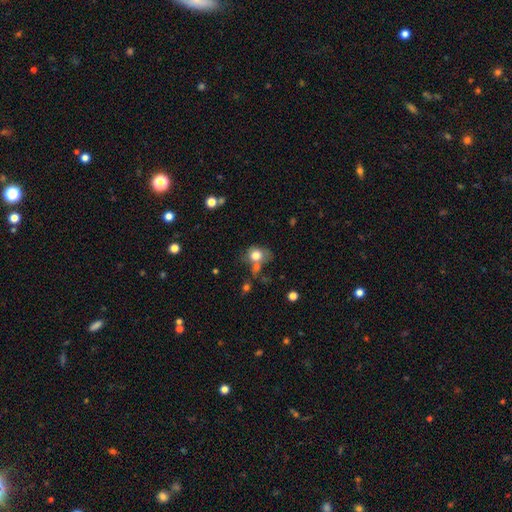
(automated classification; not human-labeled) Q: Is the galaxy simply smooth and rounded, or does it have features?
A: smooth — 76%.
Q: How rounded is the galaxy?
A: round — 60%.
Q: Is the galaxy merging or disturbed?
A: none — 38%.